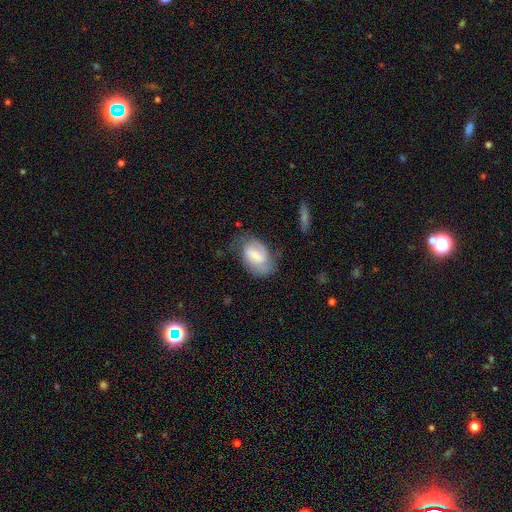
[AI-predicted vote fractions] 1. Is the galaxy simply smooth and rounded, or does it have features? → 58% featured or disk, 35% smooth, 7% star or artifact.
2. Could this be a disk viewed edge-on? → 96% no, 4% yes.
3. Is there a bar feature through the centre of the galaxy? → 51% weak, 30% no, 19% strong.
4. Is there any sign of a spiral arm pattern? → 87% yes, 13% no.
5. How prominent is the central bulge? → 42% small, 31% moderate, 15% none, 9% large, 2% dominant.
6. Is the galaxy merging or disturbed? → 54% none, 27% minor disturbance, 16% major disturbance, 3% merger.